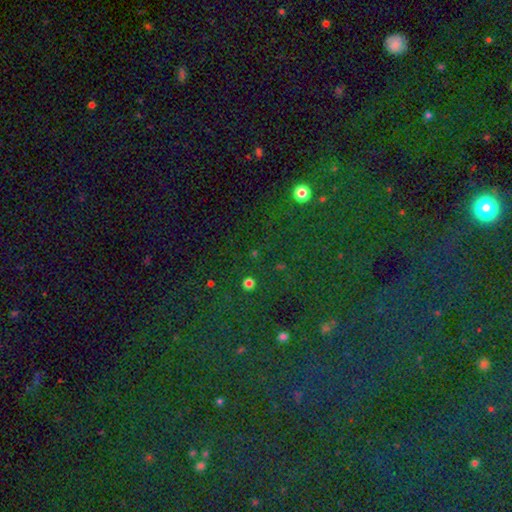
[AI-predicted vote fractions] star or artifact 82%, smooth 11%, featured or disk 8%.